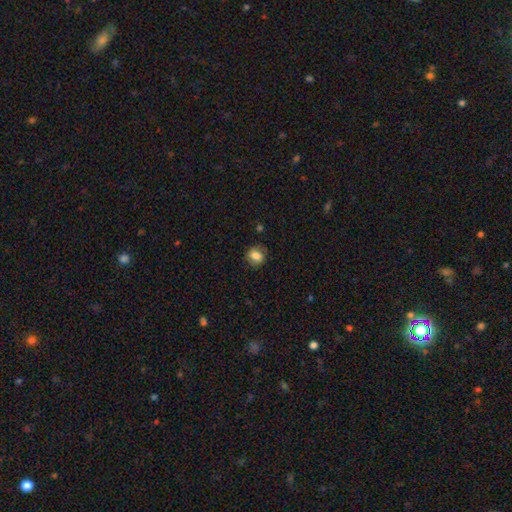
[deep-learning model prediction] Overall: smooth (79%). How rounded: round (65%; in between 34%). Merging: none (80%).